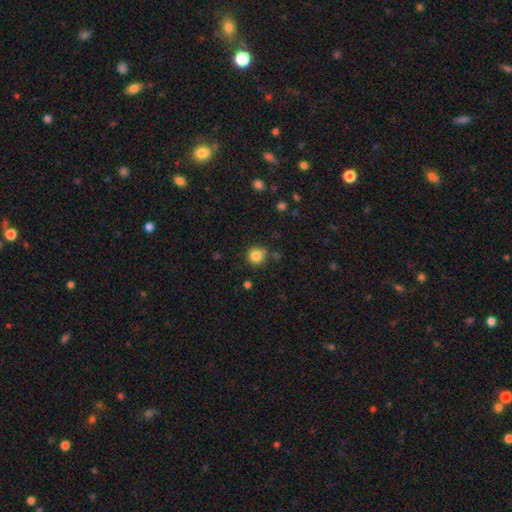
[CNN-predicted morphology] A smooth galaxy with no disk features (84%) that is round (93%).

Vote fractions:
- Smooth or featured? smooth: 84% / star or artifact: 11% / featured or disk: 5%
- How rounded? round: 93% / in between: 6% / cigar-shaped: 1%
- Merging? none: 80% / minor disturbance: 11% / merger: 6% / major disturbance: 3%